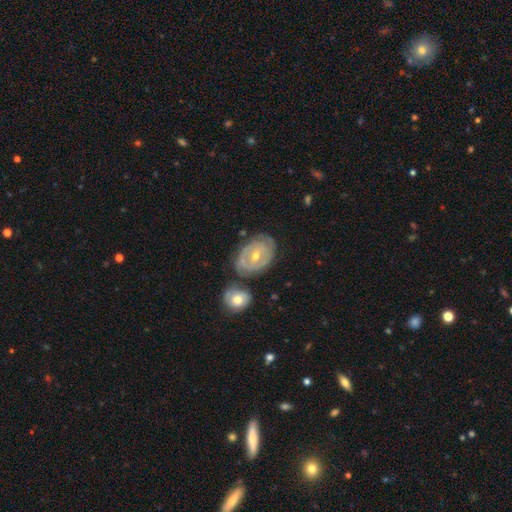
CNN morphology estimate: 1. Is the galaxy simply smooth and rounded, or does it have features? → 76% featured or disk, 18% smooth, 6% star or artifact.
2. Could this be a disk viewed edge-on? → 96% no, 4% yes.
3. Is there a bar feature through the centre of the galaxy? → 58% no, 32% weak, 10% strong.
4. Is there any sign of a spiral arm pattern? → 78% yes, 22% no.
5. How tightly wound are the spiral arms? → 74% tight, 20% medium, 6% loose.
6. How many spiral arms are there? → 41% 2, 40% can't tell, 8% 3, 5% 1, 3% 4, 3% more than 4.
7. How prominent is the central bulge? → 56% moderate, 40% small, 2% large, 1% none, 1% dominant.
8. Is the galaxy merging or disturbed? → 63% none, 18% minor disturbance, 13% merger, 6% major disturbance.